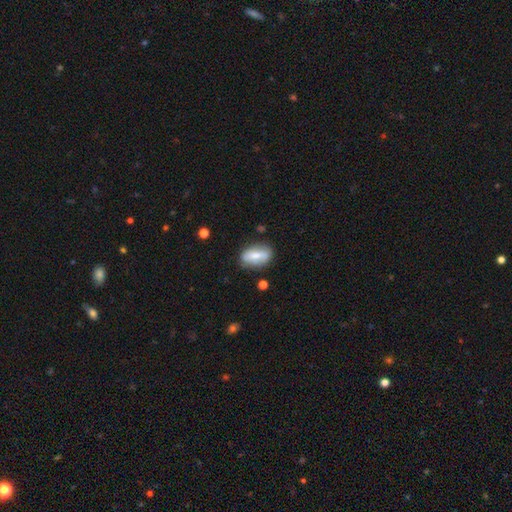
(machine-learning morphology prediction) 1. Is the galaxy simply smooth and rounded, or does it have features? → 58% smooth, 35% featured or disk, 7% star or artifact.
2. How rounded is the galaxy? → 85% in between, 8% cigar-shaped, 8% round.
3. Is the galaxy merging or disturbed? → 74% none, 18% minor disturbance, 4% major disturbance, 3% merger.